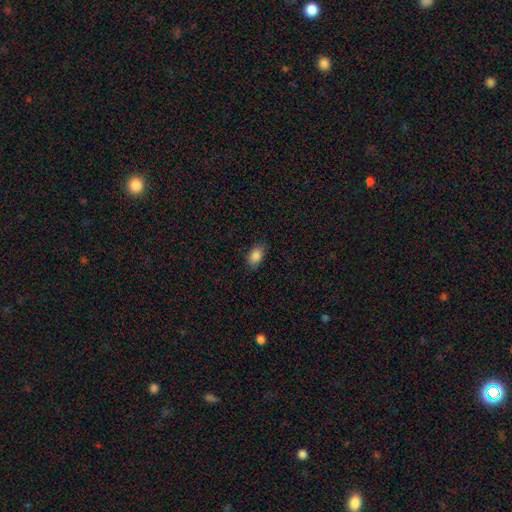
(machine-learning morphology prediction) Smooth or featured: smooth — 87% (star or artifact — 8%)
How rounded: in between — 89% (round — 9%)
Merging: none — 82% (minor disturbance — 14%)